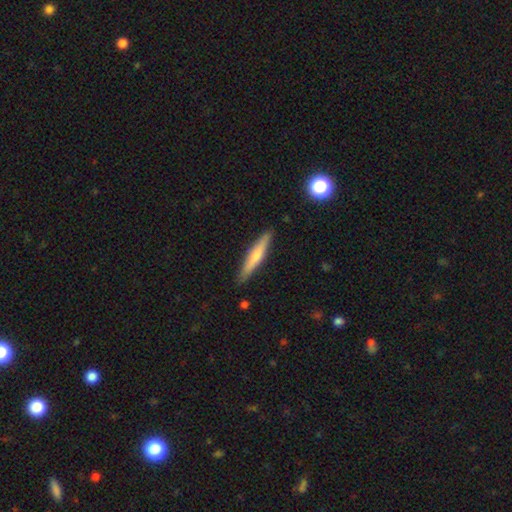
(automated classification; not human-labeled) This appears to be a smooth galaxy with no disk features (57%) that is cigar-shaped (91%). Merging: none (88%).